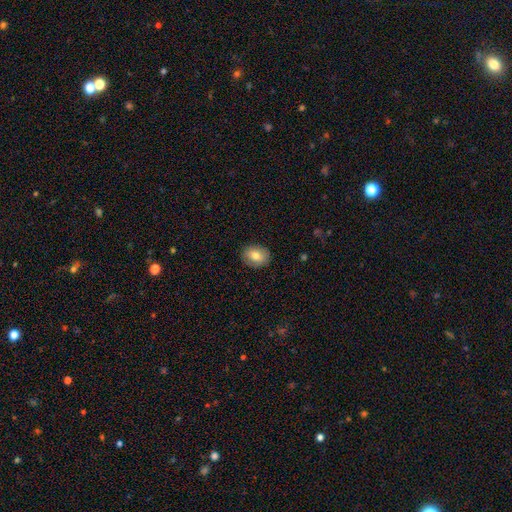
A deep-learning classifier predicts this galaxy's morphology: Q: Smooth or featured?
A: smooth (78%); runner-up: featured or disk (14%)
Q: How rounded?
A: in between (58%); runner-up: round (41%)
Q: Merging?
A: none (88%); runner-up: minor disturbance (9%)